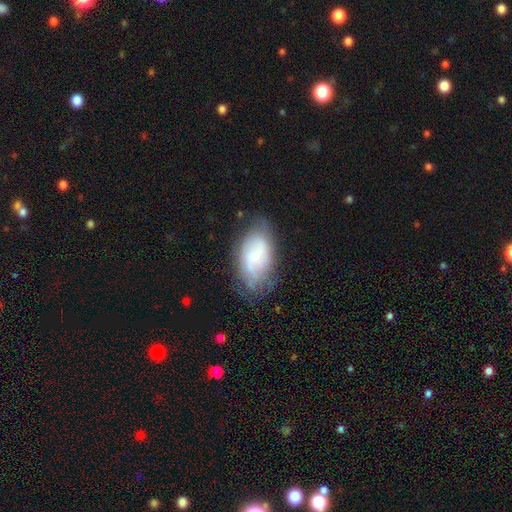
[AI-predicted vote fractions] A featured or disk galaxy (58%) with a weak bar (47%), spiral arms (77%) and a small central bulge (57%).

Vote fractions:
- Smooth or featured? featured or disk: 58% / smooth: 34% / star or artifact: 8%
- Edge-on disk? no: 95% / yes: 5%
- Bar? weak: 47% / no: 38% / strong: 15%
- Spiral arms? yes: 77% / no: 23%
- Bulge size? small: 57% / moderate: 21% / none: 16% / large: 4% / dominant: 1%
- Merging? none: 63% / minor disturbance: 24% / major disturbance: 11% / merger: 2%